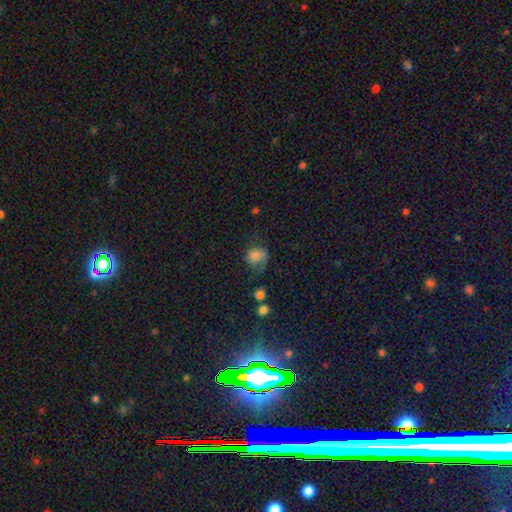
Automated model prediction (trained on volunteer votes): The model was most divided on "merging": none: 38%, minor disturbance: 29%, major disturbance: 29%, merger: 4%. More confident: smooth or featured — smooth (73%); how rounded — round (57%).